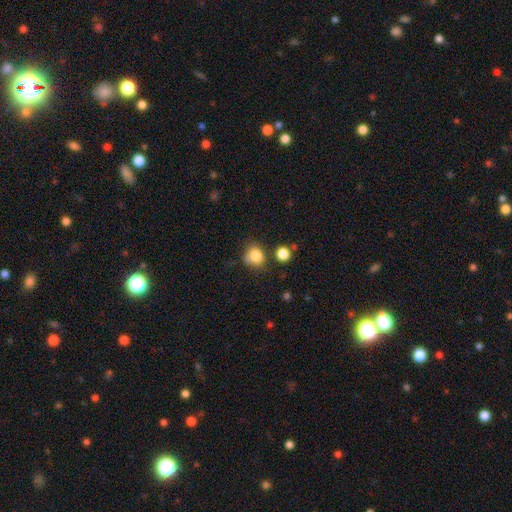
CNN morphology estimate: The model was most divided on "merging": none: 63%, minor disturbance: 21%, merger: 10%, major disturbance: 6%. More confident: smooth or featured — smooth (82%); how rounded — round (74%).